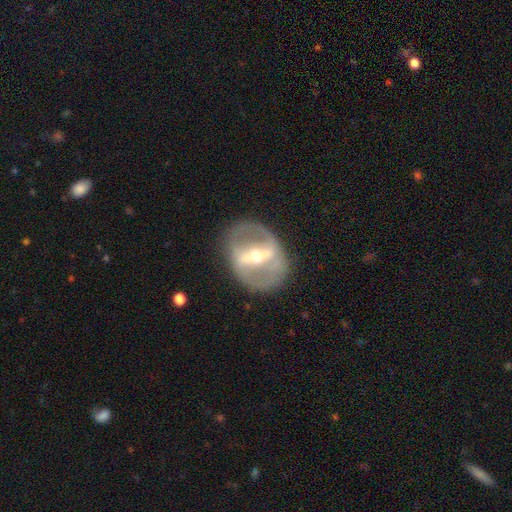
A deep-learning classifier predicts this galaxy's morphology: Smooth or featured? Predicted: featured or disk (p=0.82). Edge-on disk? Predicted: no (p=0.89). Bar? Predicted: strong (p=0.76). Spiral arms? Predicted: no (p=0.56). Bulge size? Predicted: moderate (p=0.59). Merging? Predicted: none (p=0.78).